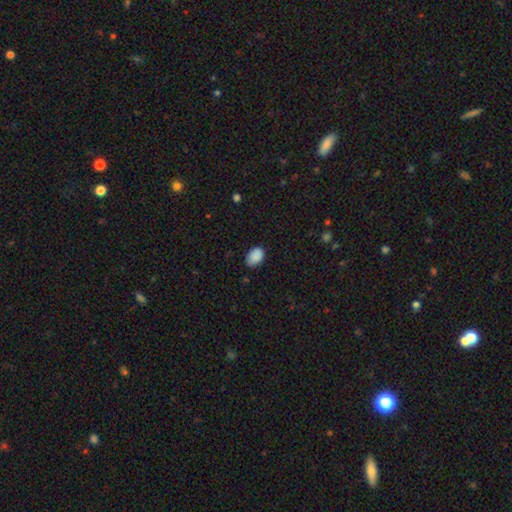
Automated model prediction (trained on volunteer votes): smooth 88%, star or artifact 8%, featured or disk 5%. Down the decision tree: how rounded — in between (83%); merging — none (76%).